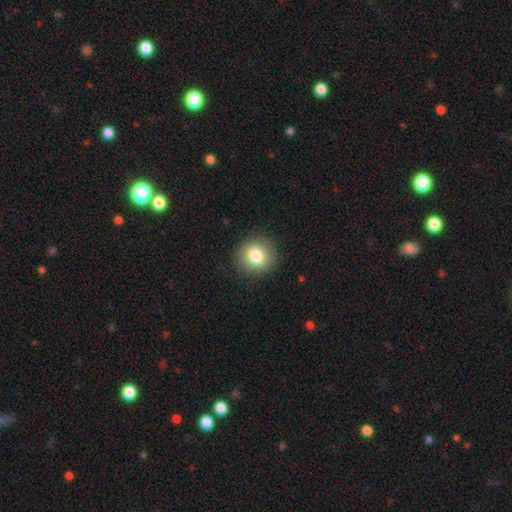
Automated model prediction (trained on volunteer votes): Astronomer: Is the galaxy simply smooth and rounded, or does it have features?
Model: smooth — 81%.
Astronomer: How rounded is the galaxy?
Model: round — 87%.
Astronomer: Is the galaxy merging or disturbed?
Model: none — 89%.